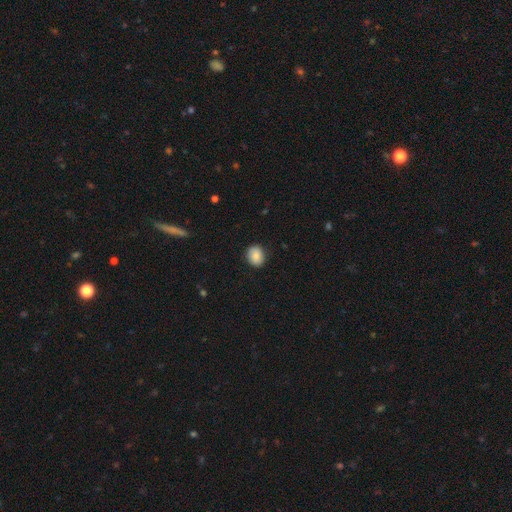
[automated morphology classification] smooth_or_featured: smooth (p=0.84) [alt: featured or disk p=0.08]
how_rounded: round (p=0.59) [alt: in between p=0.40]
merging: none (p=0.87) [alt: minor disturbance p=0.10]